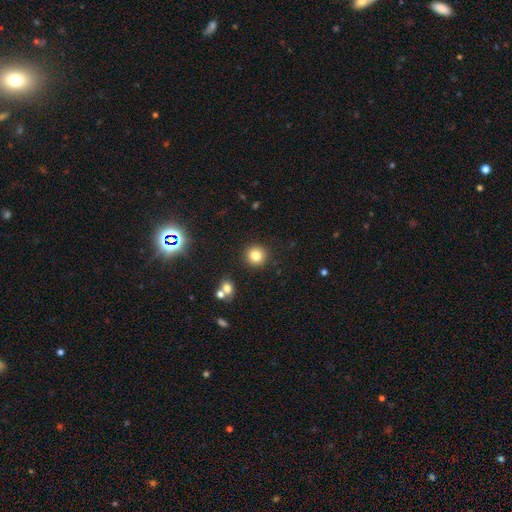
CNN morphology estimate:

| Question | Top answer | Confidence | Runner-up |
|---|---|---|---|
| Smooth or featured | smooth | 82% | star or artifact (12%) |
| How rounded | round | 92% | in between (7%) |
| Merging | none | 89% | minor disturbance (6%) |